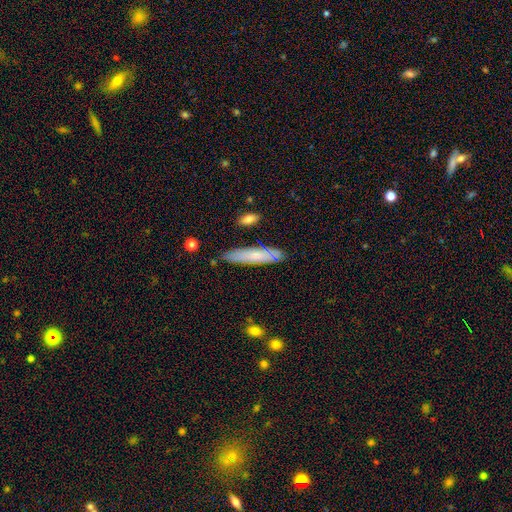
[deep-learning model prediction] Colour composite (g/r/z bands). It shows a smooth galaxy with no disk features (66%) that is cigar-shaped (84%). Merging: none (82%).